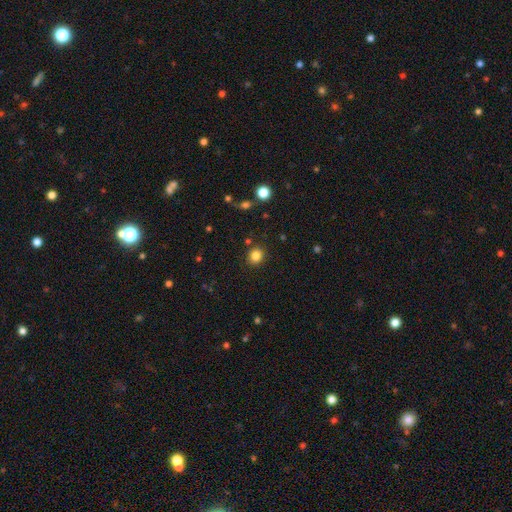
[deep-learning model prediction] This appears to be a smooth galaxy with no disk features (83%) that is round (78%). Merging: none (88%).